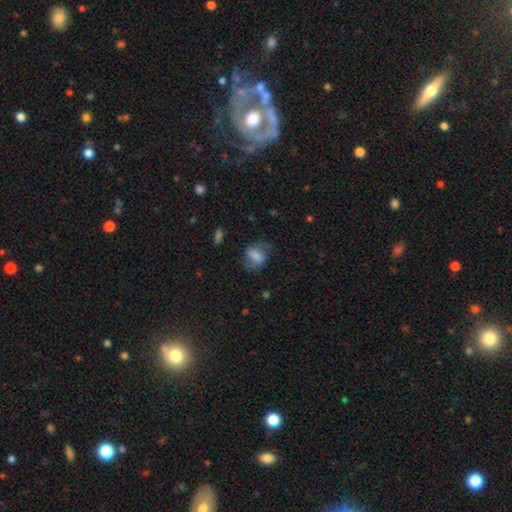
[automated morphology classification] Smooth or featured? Predicted: smooth (p=0.49). Merging? Predicted: none (p=0.59).